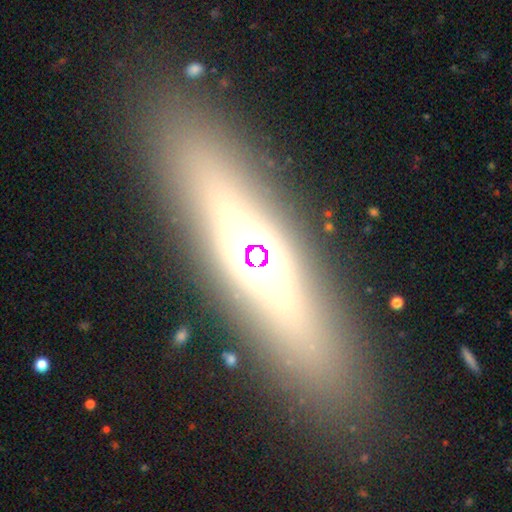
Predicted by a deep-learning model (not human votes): Q: Smooth or featured?
A: featured or disk (50%); runner-up: smooth (34%)
Q: Merging?
A: none (86%); runner-up: minor disturbance (8%)